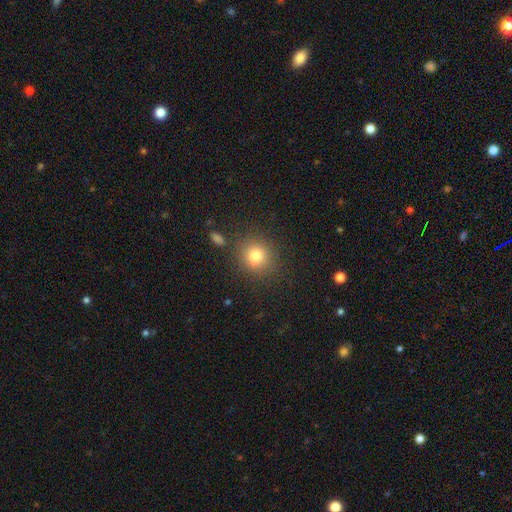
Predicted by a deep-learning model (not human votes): smooth_or_featured: smooth (p=0.81) [alt: star or artifact p=0.12]
how_rounded: round (p=0.86) [alt: in between p=0.13]
merging: none (p=0.83) [alt: minor disturbance p=0.10]